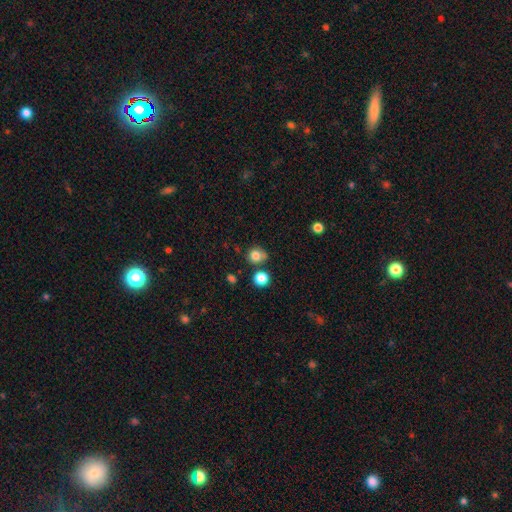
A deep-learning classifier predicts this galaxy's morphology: Smooth or featured?
  - smooth: 81% *
  - star or artifact: 13%
  - featured or disk: 7%
How rounded?
  - round: 84% *
  - in between: 15%
  - cigar-shaped: 1%
Merging?
  - none: 64% *
  - minor disturbance: 16%
  - merger: 15%
  - major disturbance: 5%